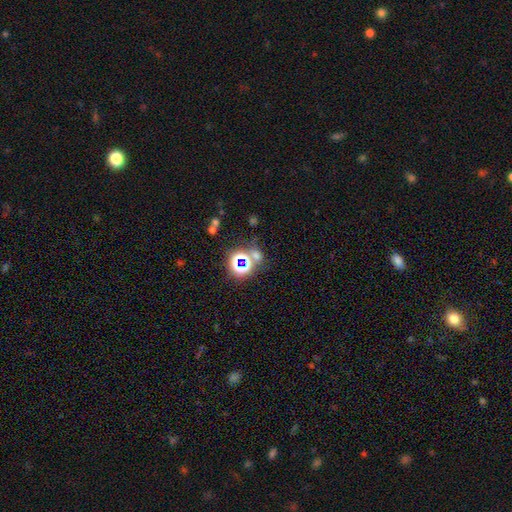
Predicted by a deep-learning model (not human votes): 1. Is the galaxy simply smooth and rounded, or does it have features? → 54% star or artifact, 37% smooth, 9% featured or disk.